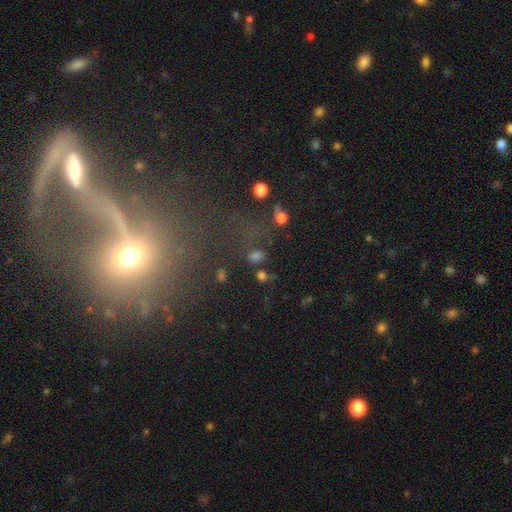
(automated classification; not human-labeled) Smooth or featured? smooth (67%)
How rounded? in between (49%)
Merging? none (66%)